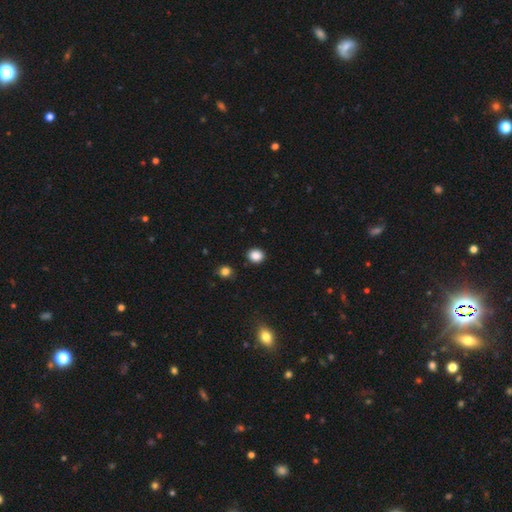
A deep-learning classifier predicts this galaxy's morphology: The model was most divided on "how rounded": round: 68%, in between: 31%, cigar-shaped: 1%. More confident: merging — none (89%); smooth or featured — smooth (87%).